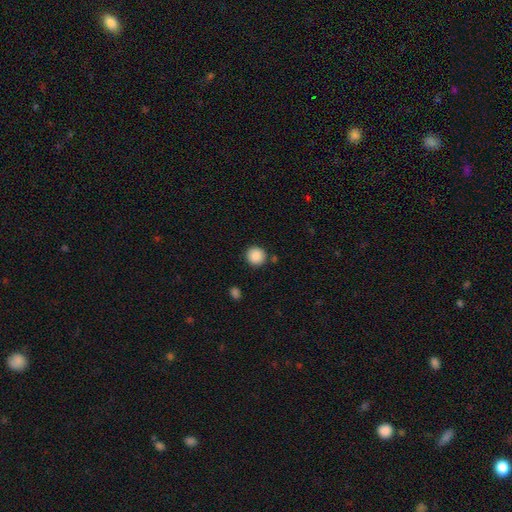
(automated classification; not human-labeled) This is clearly a smooth galaxy (88%). How rounded: clearly round (92%). Merging: clearly none (87%).